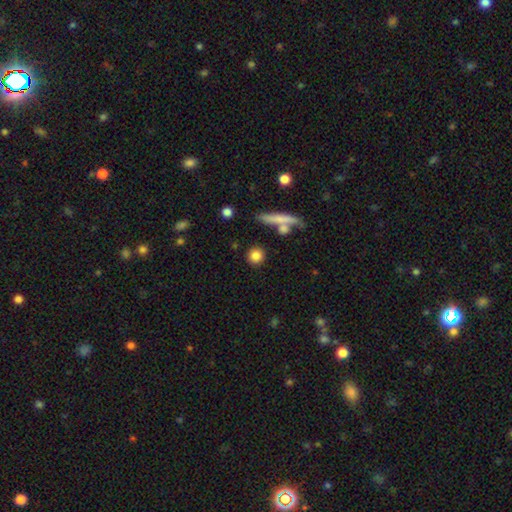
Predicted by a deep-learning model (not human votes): smooth 82%, star or artifact 9%, featured or disk 9%. Down the decision tree: how rounded — round (89%); merging — none (84%).